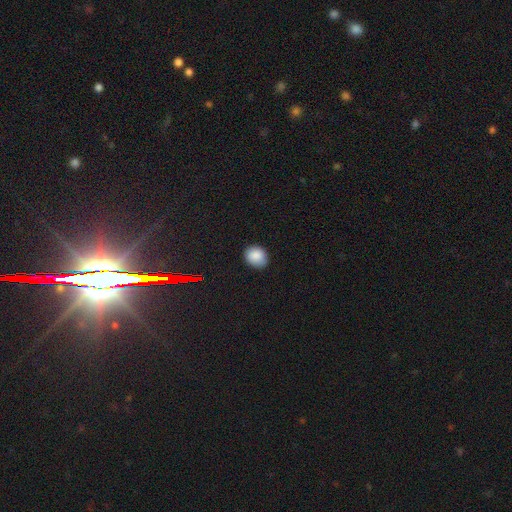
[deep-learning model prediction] Overall: smooth (87%). How rounded: round (64%; in between 35%). Merging: none (83%).